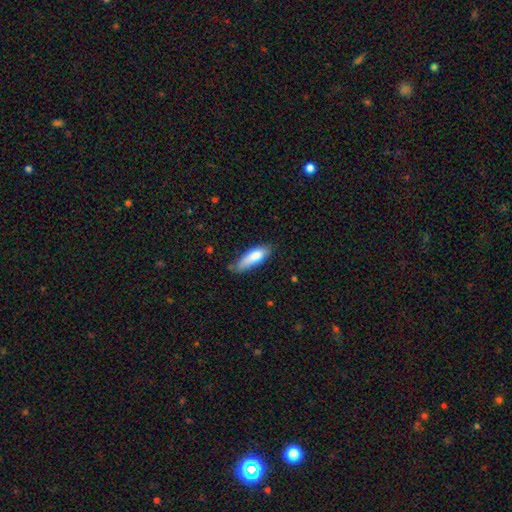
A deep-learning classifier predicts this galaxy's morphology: Smooth or featured: smooth — 81% (featured or disk — 12%)
How rounded: in between — 54% (cigar-shaped — 44%)
Merging: none — 59% (minor disturbance — 32%)